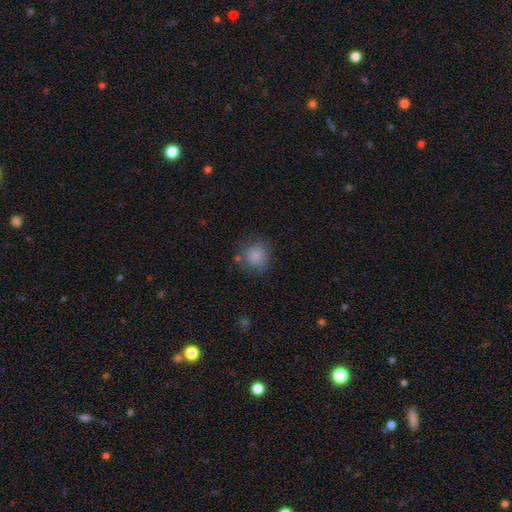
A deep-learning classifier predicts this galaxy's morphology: Q: Smooth or featured?
A: smooth (83%); runner-up: star or artifact (10%)
Q: How rounded?
A: round (85%); runner-up: in between (14%)
Q: Merging?
A: none (72%); runner-up: minor disturbance (17%)